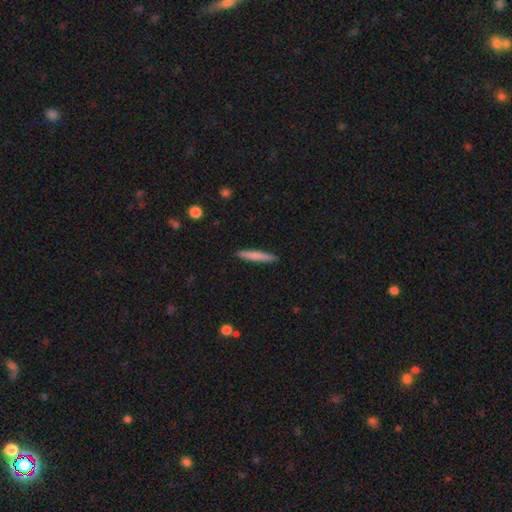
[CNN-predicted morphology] The model was most divided on "smooth or featured": smooth: 76%, featured or disk: 18%, star or artifact: 6%. More confident: how rounded — cigar-shaped (95%); merging — none (91%).